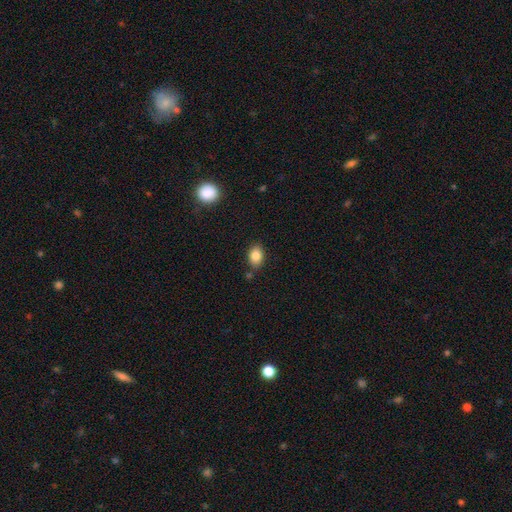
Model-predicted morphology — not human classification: The model was most divided on "how rounded": in between: 78%, round: 21%, cigar-shaped: 1%. More confident: smooth or featured — smooth (84%); merging — none (79%).